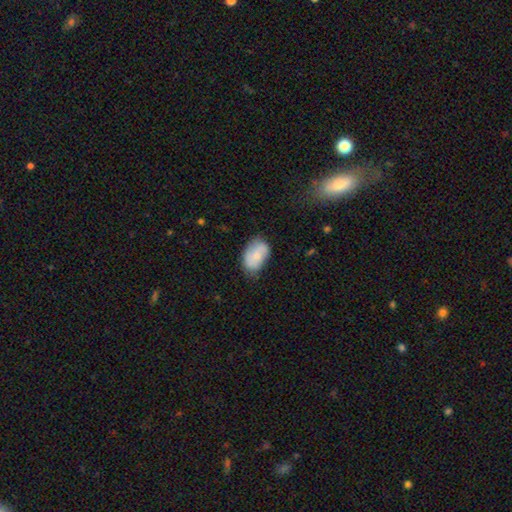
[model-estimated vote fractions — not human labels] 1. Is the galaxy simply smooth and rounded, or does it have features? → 67% smooth, 26% featured or disk, 7% star or artifact.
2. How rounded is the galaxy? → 89% in between, 10% round, 1% cigar-shaped.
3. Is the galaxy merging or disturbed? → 61% none, 29% minor disturbance, 7% major disturbance, 2% merger.